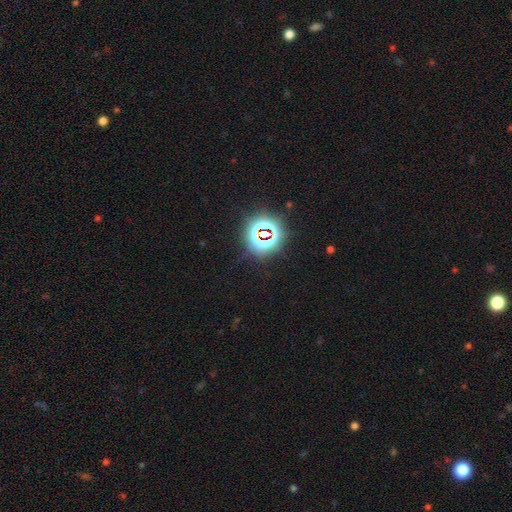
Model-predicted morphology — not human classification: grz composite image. It shows a star or artifact, not a galaxy (80%).